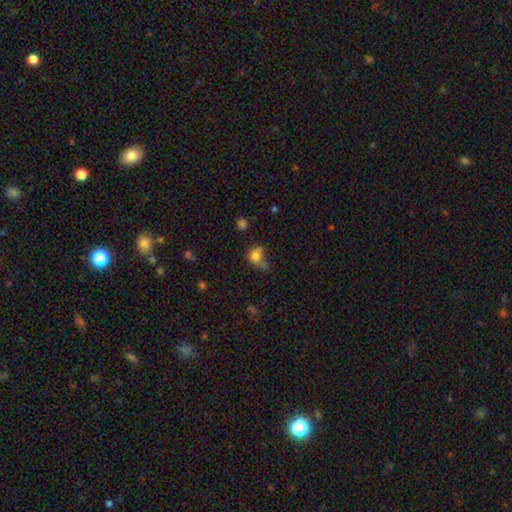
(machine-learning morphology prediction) smooth_or_featured: smooth (p=0.73) [alt: featured or disk p=0.14]
how_rounded: round (p=0.55) [alt: in between p=0.44]
merging: minor disturbance (p=0.29) [tied with: none p=0.29]